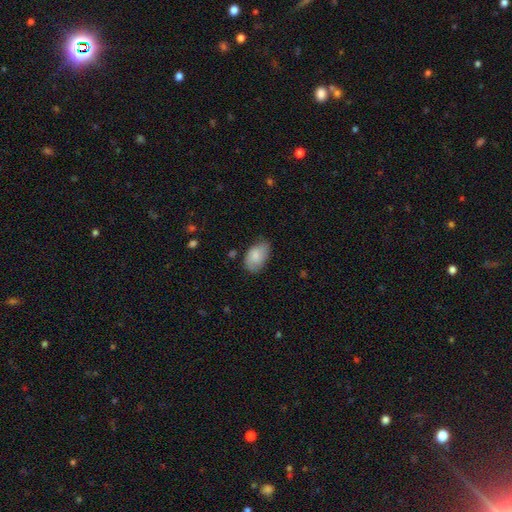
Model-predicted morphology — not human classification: Smooth or featured? smooth (80%)
How rounded? in between (91%)
Merging? none (58%)